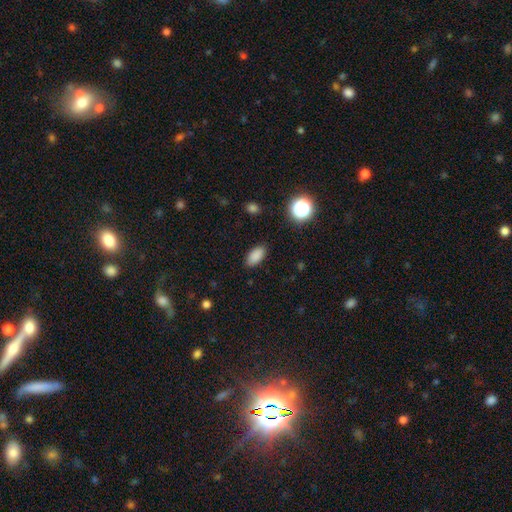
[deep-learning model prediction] Overall: smooth (86%). How rounded: in between (91%). Merging: none (87%).